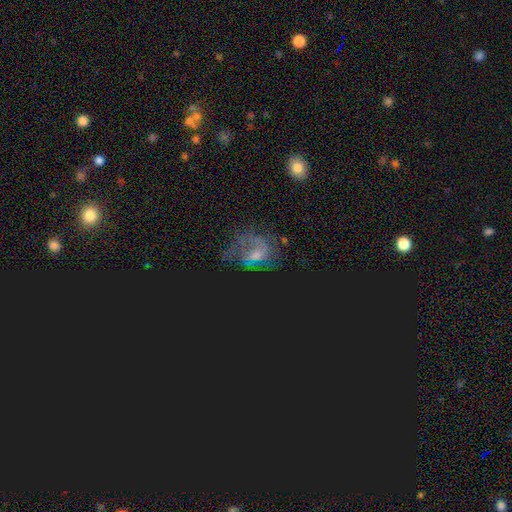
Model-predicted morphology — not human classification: type=featured or disk (41%, tied with star or artifact); merging=none (49%).